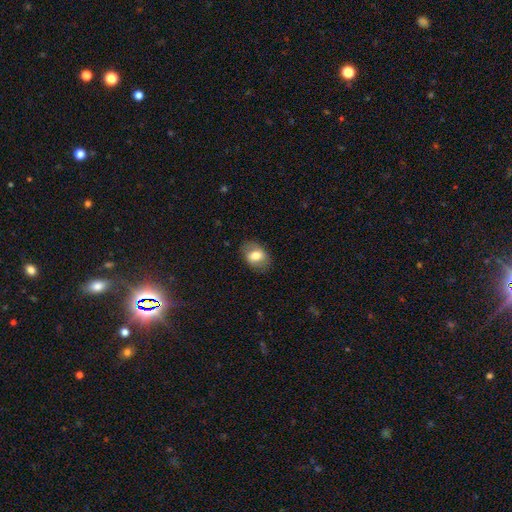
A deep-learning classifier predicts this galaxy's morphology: Smooth or featured? Predicted: smooth (p=0.69). How rounded? Predicted: in between (p=0.77). Merging? Predicted: none (p=0.81).